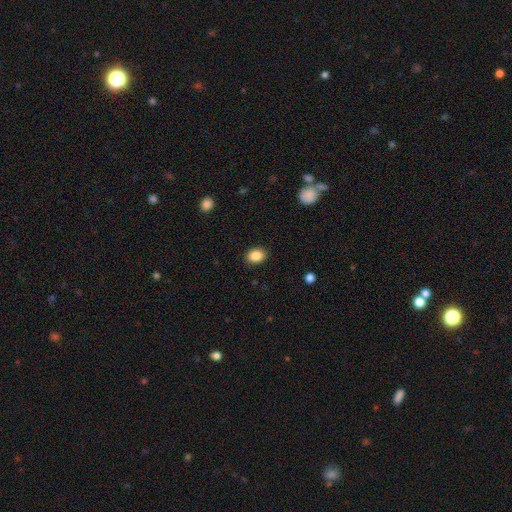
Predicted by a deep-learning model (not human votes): A smooth galaxy with no disk features (88%) that is in between round and cigar-shaped (71%).

Vote fractions:
- Smooth or featured? smooth: 88% / star or artifact: 8% / featured or disk: 4%
- How rounded? in between: 71% / round: 28% / cigar-shaped: 1%
- Merging? none: 89% / minor disturbance: 8% / major disturbance: 2% / merger: 1%